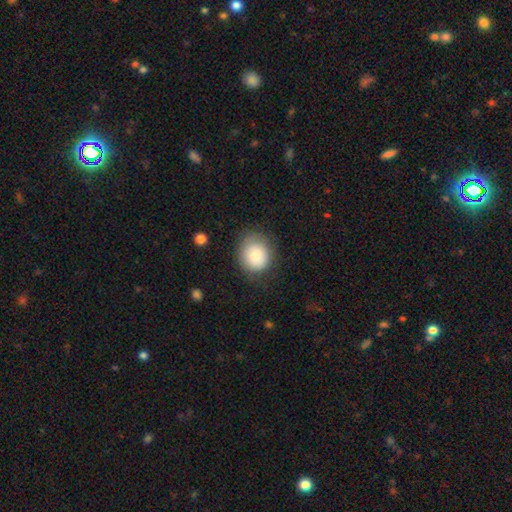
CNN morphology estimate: smooth 83%, featured or disk 9%, star or artifact 8%. Down the decision tree: how rounded — round (65%); merging — none (74%).